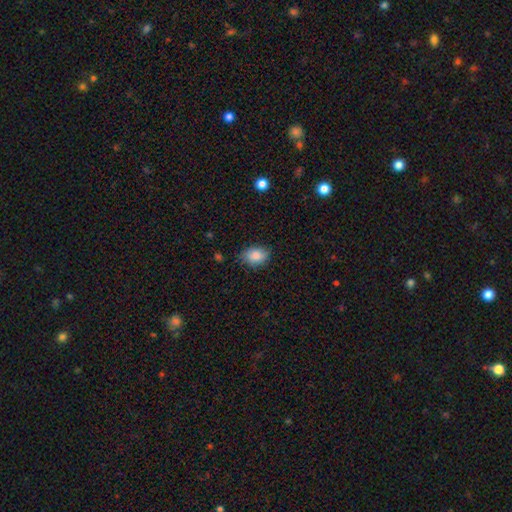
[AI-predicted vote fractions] A smooth galaxy with no disk features (87%) that is in between round and cigar-shaped (73%). Merging: none (76%).